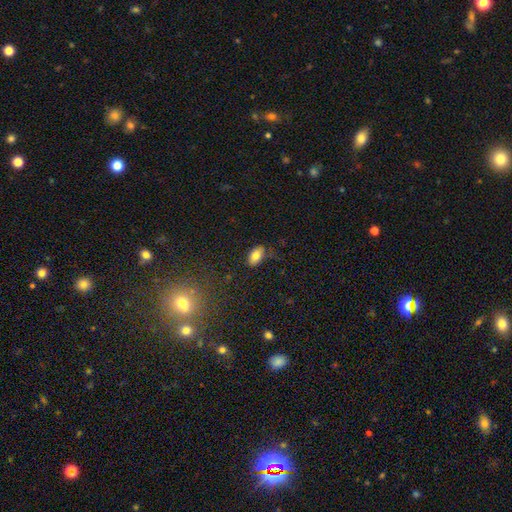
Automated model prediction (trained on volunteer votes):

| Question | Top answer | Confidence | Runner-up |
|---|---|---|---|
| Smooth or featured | smooth | 82% | featured or disk (9%) |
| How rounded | in between | 92% | round (6%) |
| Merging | none | 74% | minor disturbance (19%) |